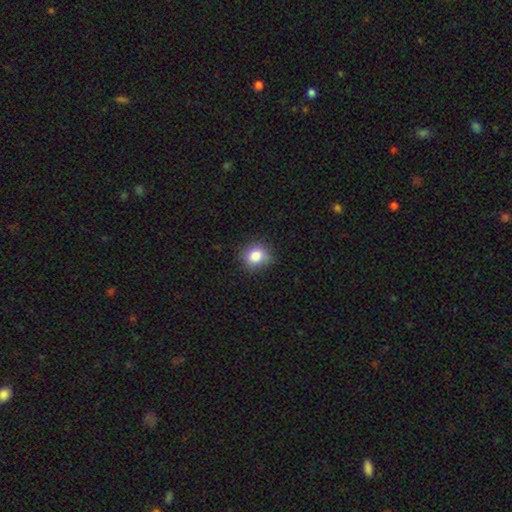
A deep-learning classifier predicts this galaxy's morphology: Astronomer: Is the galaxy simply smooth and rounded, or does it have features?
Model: smooth — 82%.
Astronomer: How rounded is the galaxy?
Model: round — 78%.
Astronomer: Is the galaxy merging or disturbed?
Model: none — 81%.